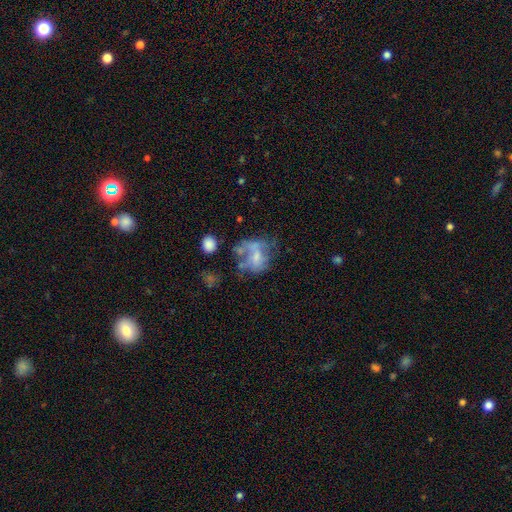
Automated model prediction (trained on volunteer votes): Overall: featured or disk (47%; smooth 40%). Merging: major disturbance (34%; none 28%).